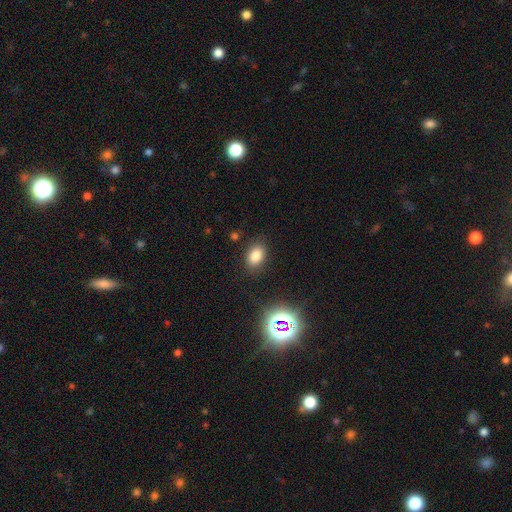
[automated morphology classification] type=smooth (80%); roundness=in between (83%); merging=none (85%).